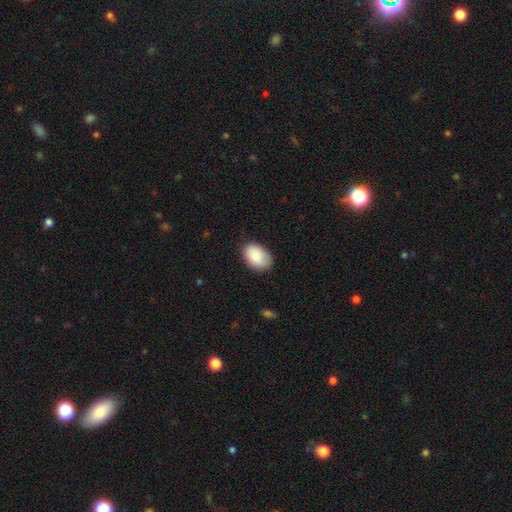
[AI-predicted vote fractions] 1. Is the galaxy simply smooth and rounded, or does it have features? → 85% smooth, 9% featured or disk, 6% star or artifact.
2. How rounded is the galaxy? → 87% in between, 12% round, 1% cigar-shaped.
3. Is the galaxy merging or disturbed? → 79% none, 17% minor disturbance, 3% major disturbance, 1% merger.